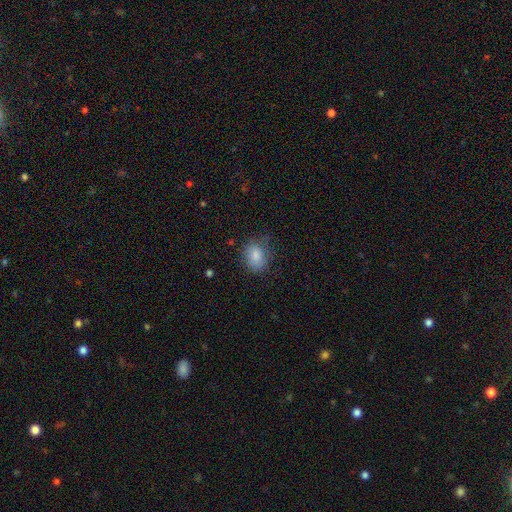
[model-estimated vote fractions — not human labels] This appears to be a smooth galaxy with no disk features (84%) that is in between round and cigar-shaped (60%). Merging: none (66%).